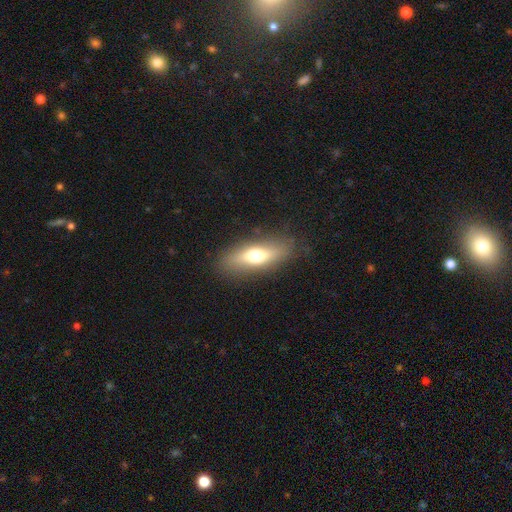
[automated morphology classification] Smooth or featured? Predicted: smooth (p=0.60). How rounded? Predicted: in between (p=0.58). Merging? Predicted: none (p=0.84).